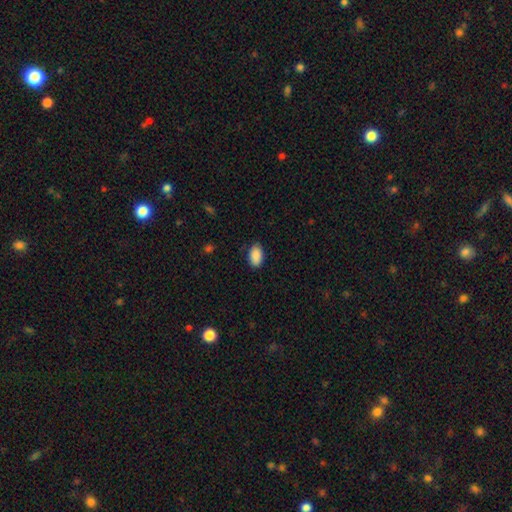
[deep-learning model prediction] smooth-or-featured: smooth: 90% | star or artifact: 7% | featured or disk: 3%
  how-rounded: in between: 92% | round: 6% | cigar-shaped: 1%
  merging: none: 83% | minor disturbance: 13% | major disturbance: 3% | merger: 1%